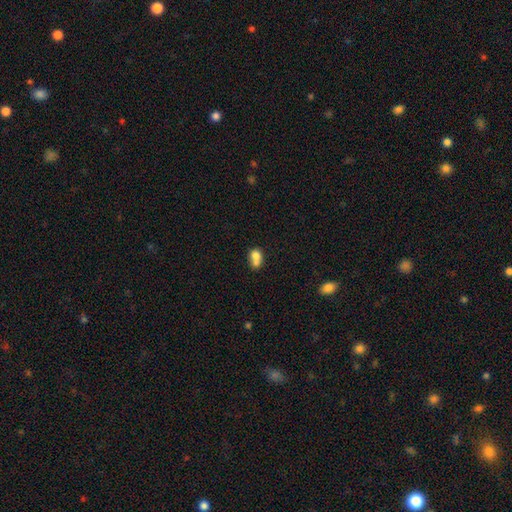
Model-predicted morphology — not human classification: A smooth galaxy with no disk features (73%) that is round (51%). Merging: merger (60%).